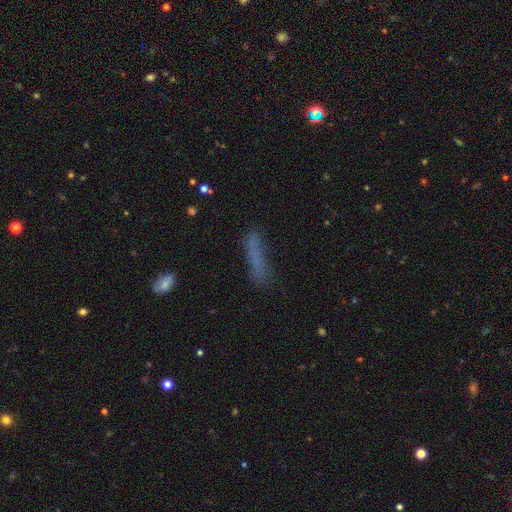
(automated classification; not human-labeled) A smooth galaxy with no disk features (70%) that is cigar-shaped (86%). Merging: none (69%).